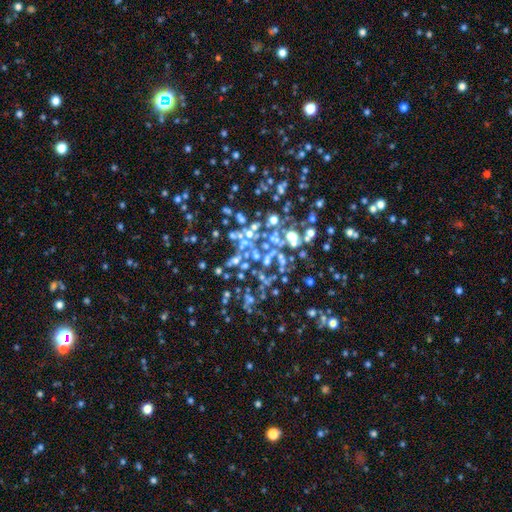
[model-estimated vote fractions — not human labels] Q: Smooth or featured?
A: star or artifact (41%); runner-up: featured or disk (35%)